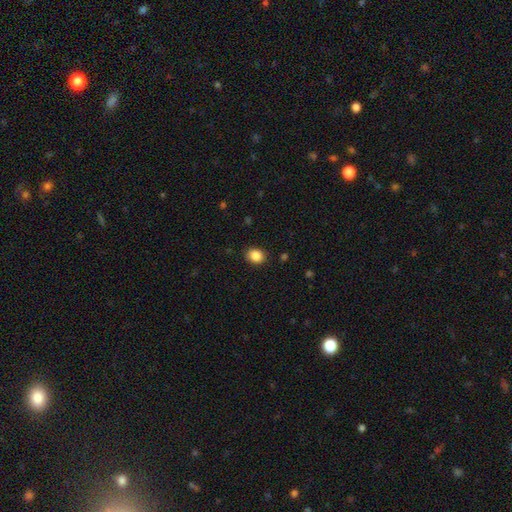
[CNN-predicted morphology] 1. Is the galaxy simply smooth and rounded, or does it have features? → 87% smooth, 9% star or artifact, 4% featured or disk.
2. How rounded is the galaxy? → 51% round, 48% in between, 1% cigar-shaped.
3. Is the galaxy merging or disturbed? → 88% none, 8% minor disturbance, 2% major disturbance, 1% merger.